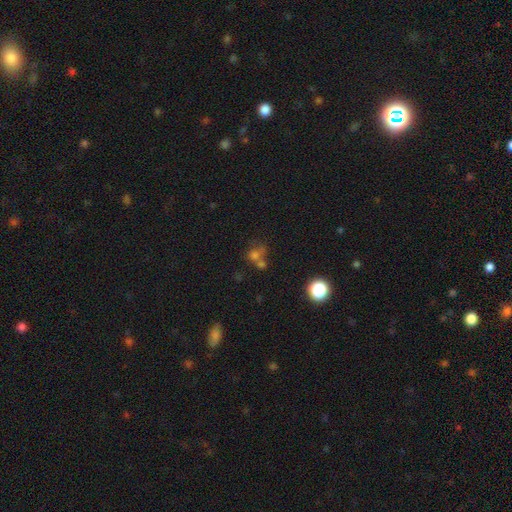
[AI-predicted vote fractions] Q: Smooth or featured?
A: smooth (55%); runner-up: star or artifact (28%)
Q: How rounded?
A: round (77%); runner-up: in between (22%)
Q: Merging?
A: merger (43%); runner-up: none (41%)